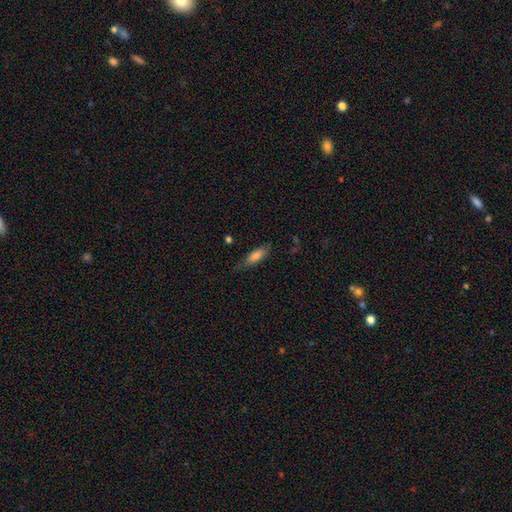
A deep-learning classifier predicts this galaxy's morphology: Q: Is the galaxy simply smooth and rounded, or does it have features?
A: smooth — 77%.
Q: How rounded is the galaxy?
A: in between — 56%.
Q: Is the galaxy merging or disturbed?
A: none — 72%.